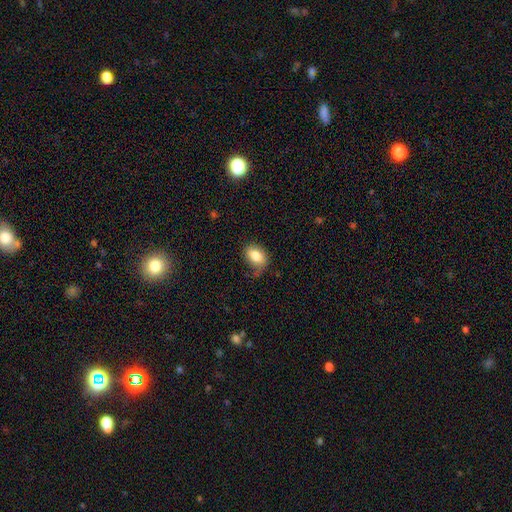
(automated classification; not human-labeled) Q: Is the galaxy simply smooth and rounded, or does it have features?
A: smooth — 81%.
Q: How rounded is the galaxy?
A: in between — 82%.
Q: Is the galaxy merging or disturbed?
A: none — 52%.